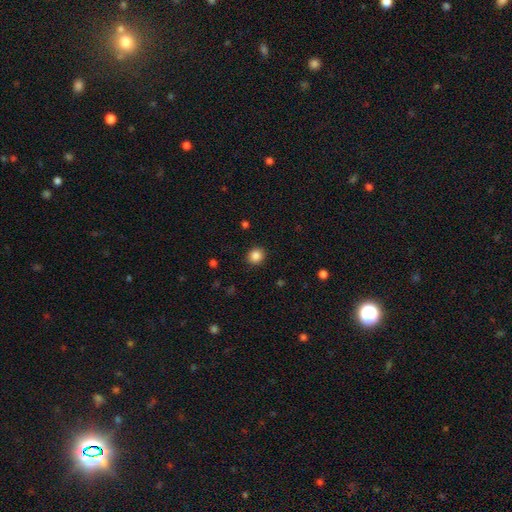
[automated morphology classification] Smooth or featured: smooth — 86% (star or artifact — 10%)
How rounded: round — 79% (in between — 20%)
Merging: none — 90% (minor disturbance — 6%)